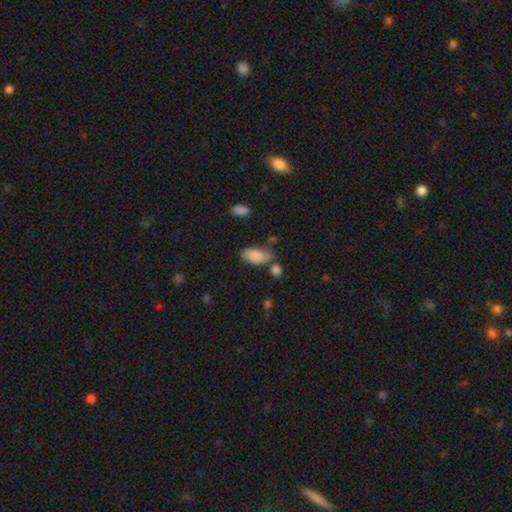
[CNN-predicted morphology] Overall: smooth (86%). How rounded: in between (93%). Merging: none (56%; minor disturbance 24%).